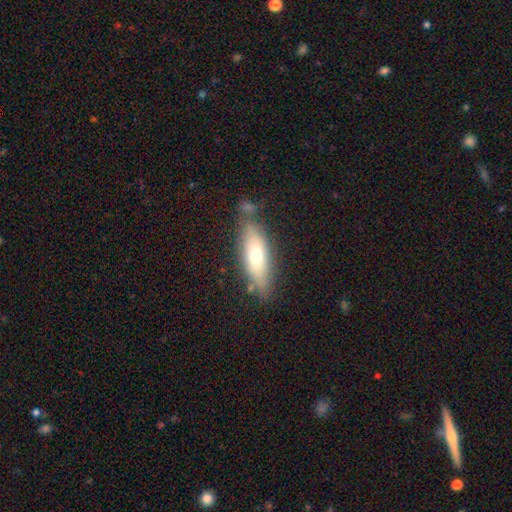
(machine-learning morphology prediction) type=smooth (54%); roundness=cigar-shaped (53%); merging=none (73%).